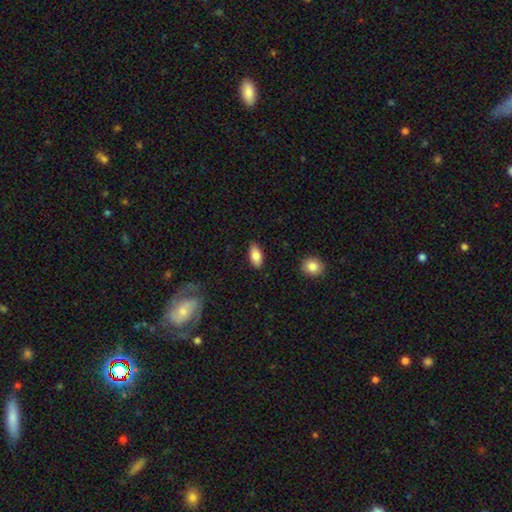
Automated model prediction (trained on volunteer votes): Morphology: type=smooth (84%); roundness=in between (91%); merging=none (88%).